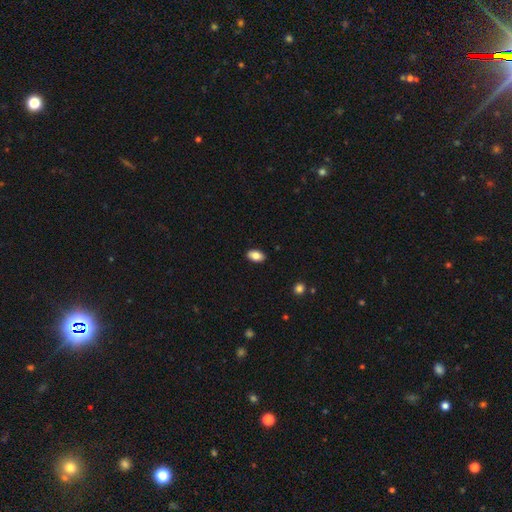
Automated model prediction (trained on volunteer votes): Overall: smooth (85%). How rounded: in between (92%). Merging: none (90%).